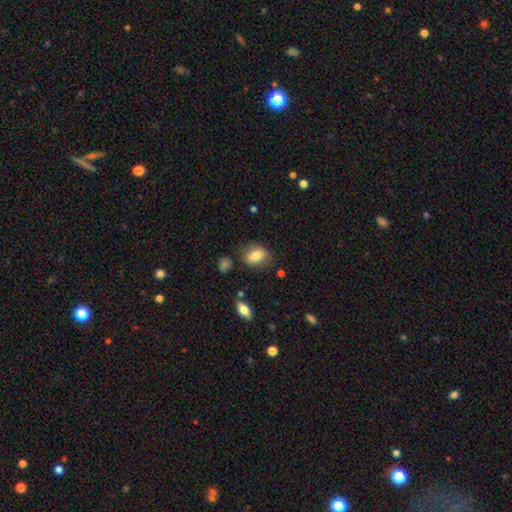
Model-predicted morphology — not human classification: This appears to be a smooth galaxy with no disk features (75%) that is in between round and cigar-shaped (68%). Merging: none (74%).